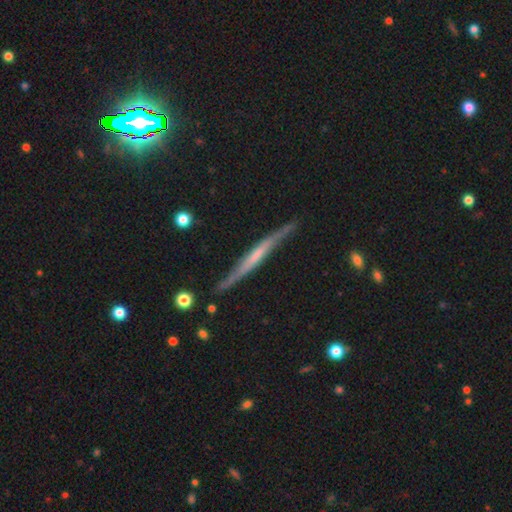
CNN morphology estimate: A featured or disk galaxy (66%) viewed edge-on (94%) with no central bulge (61%). Merging: none (79%).